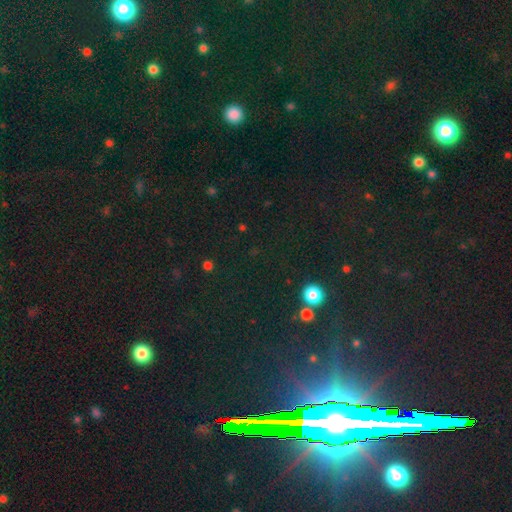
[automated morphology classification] Smooth or featured: star or artifact — 80% (smooth — 11%)